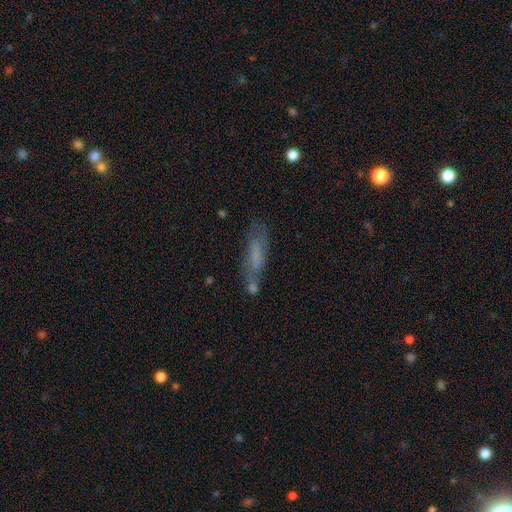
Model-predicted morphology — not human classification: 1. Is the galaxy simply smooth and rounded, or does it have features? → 52% smooth, 38% featured or disk, 10% star or artifact.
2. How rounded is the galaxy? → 64% cigar-shaped, 34% in between, 2% round.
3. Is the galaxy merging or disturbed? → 58% none, 20% minor disturbance, 12% merger, 9% major disturbance.